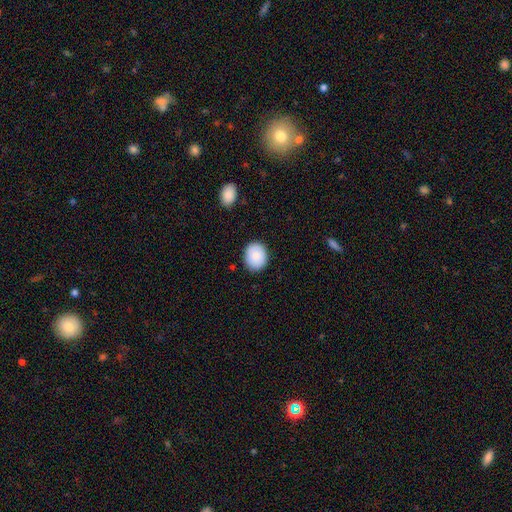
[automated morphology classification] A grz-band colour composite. It shows a smooth galaxy with no disk features (88%) that is round (55%). Merging: none (87%).